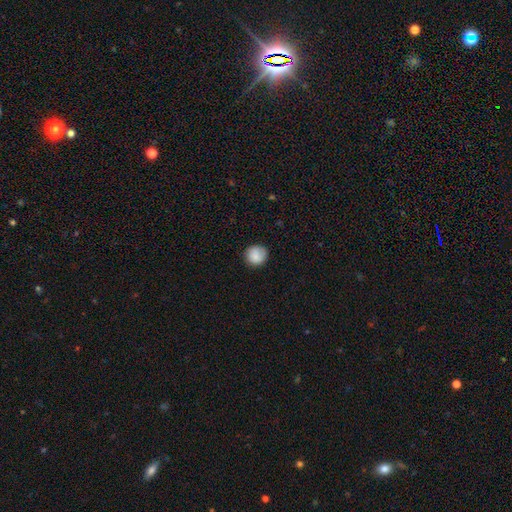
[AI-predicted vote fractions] A smooth galaxy with no disk features (85%) that is round (92%).

Vote fractions:
- Smooth or featured? smooth: 85% / featured or disk: 8% / star or artifact: 8%
- How rounded? round: 92% / in between: 7% / cigar-shaped: 1%
- Merging? none: 84% / minor disturbance: 12% / major disturbance: 3% / merger: 1%